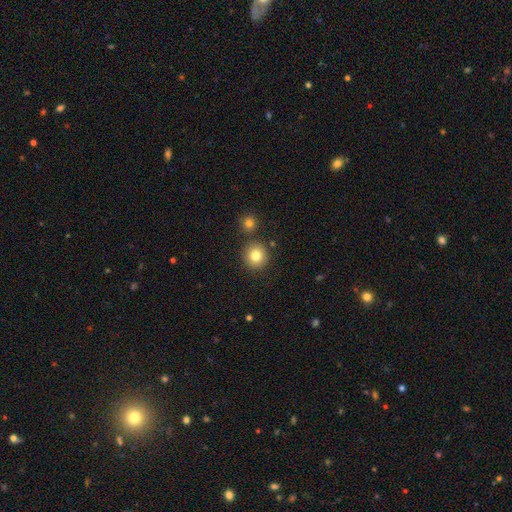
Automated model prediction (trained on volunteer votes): Smooth or featured? smooth (81%)
How rounded? round (91%)
Merging? none (83%)